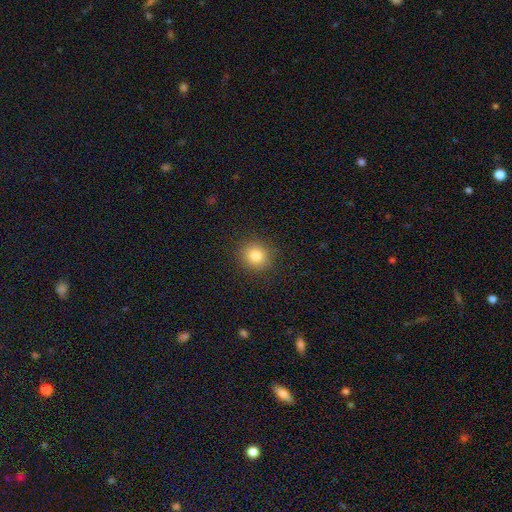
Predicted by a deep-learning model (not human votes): A smooth galaxy with no disk features (82%) that is round (82%). Merging: none (90%).